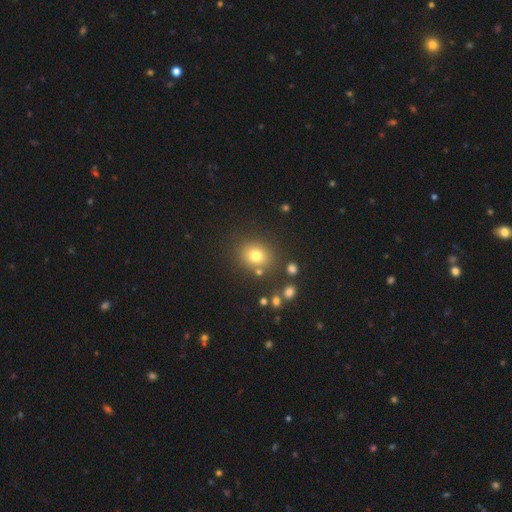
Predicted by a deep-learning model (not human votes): The model was most divided on "how rounded": round: 73%, in between: 26%, cigar-shaped: 1%. More confident: merging — none (81%); smooth or featured — smooth (75%).